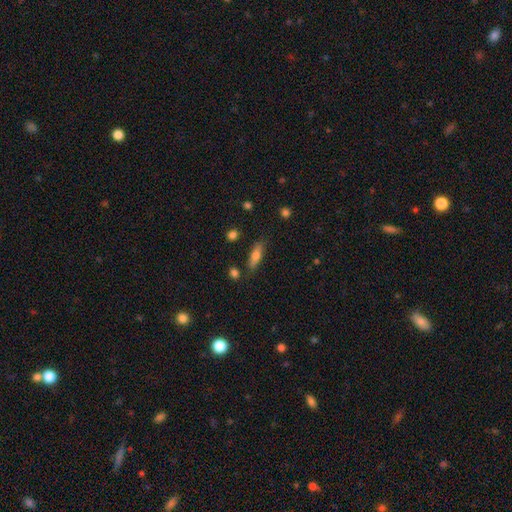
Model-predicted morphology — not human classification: Smooth or featured? Predicted: smooth (p=0.68). How rounded? Predicted: cigar-shaped (p=0.51). Merging? Predicted: none (p=0.80).